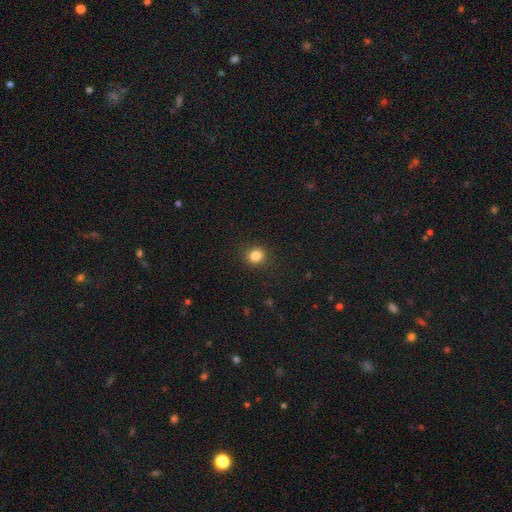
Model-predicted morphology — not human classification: Smooth or featured? Predicted: smooth (p=0.84). How rounded? Predicted: round (p=0.79). Merging? Predicted: none (p=0.90).